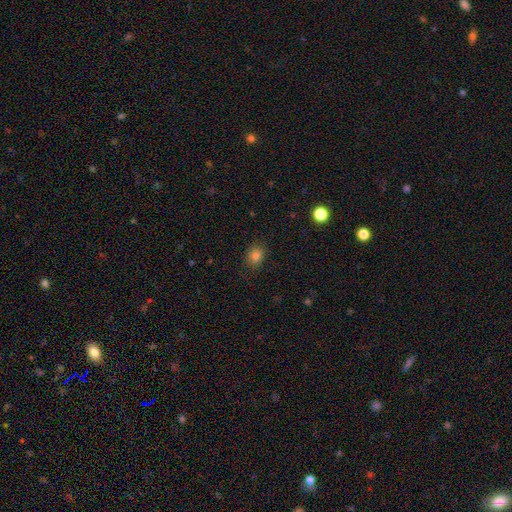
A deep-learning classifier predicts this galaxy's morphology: smooth-or-featured: smooth: 81% | star or artifact: 13% | featured or disk: 5%
  how-rounded: round: 52% | in between: 47% | cigar-shaped: 1%
  merging: none: 84% | minor disturbance: 12% | major disturbance: 3% | merger: 1%